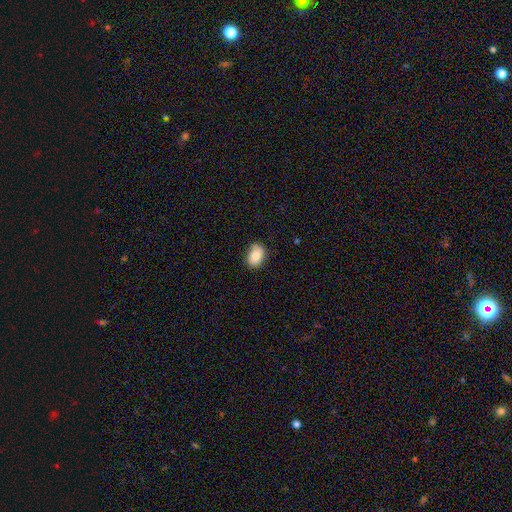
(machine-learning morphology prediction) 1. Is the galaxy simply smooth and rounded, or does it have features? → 80% smooth, 12% featured or disk, 8% star or artifact.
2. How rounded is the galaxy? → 80% in between, 19% round, 1% cigar-shaped.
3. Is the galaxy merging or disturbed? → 76% none, 19% minor disturbance, 3% major disturbance, 1% merger.